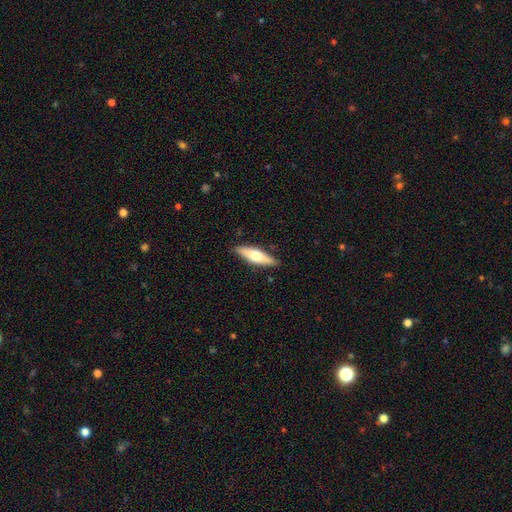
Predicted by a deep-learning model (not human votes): Smooth or featured?
  - smooth: 53% *
  - featured or disk: 42%
  - star or artifact: 6%
How rounded?
  - cigar-shaped: 52% *
  - in between: 46%
  - round: 2%
Merging?
  - none: 87% *
  - minor disturbance: 10%
  - major disturbance: 2%
  - merger: 1%